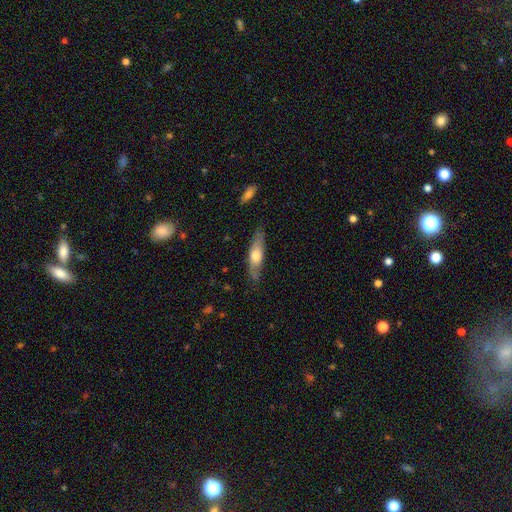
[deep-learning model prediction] Smooth or featured: smooth — 53% (featured or disk — 41%)
How rounded: cigar-shaped — 64% (in between — 34%)
Merging: none — 76% (minor disturbance — 18%)